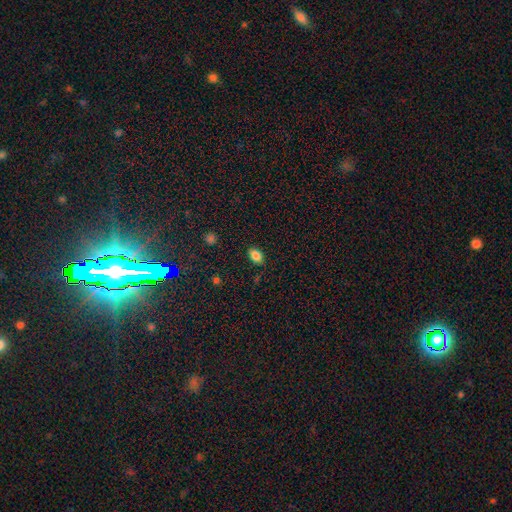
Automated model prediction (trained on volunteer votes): smooth-or-featured: smooth: 84% | star or artifact: 10% | featured or disk: 7%
  how-rounded: in between: 87% | round: 11% | cigar-shaped: 2%
  merging: none: 85% | minor disturbance: 11% | major disturbance: 2% | merger: 1%